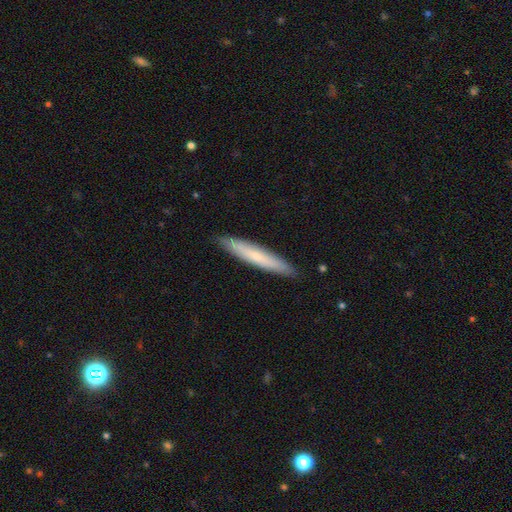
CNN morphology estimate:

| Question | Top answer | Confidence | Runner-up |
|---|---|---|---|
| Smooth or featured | smooth | 62% | featured or disk (32%) |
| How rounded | cigar-shaped | 94% | in between (4%) |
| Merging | none | 90% | minor disturbance (7%) |